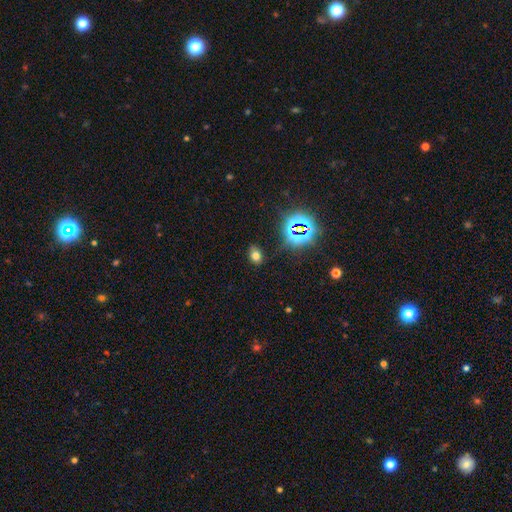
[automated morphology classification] Smooth or featured?
  - smooth: 64% *
  - star or artifact: 28%
  - featured or disk: 8%
How rounded?
  - in between: 69% *
  - round: 29%
  - cigar-shaped: 1%
Merging?
  - none: 81% *
  - minor disturbance: 13%
  - major disturbance: 4%
  - merger: 2%